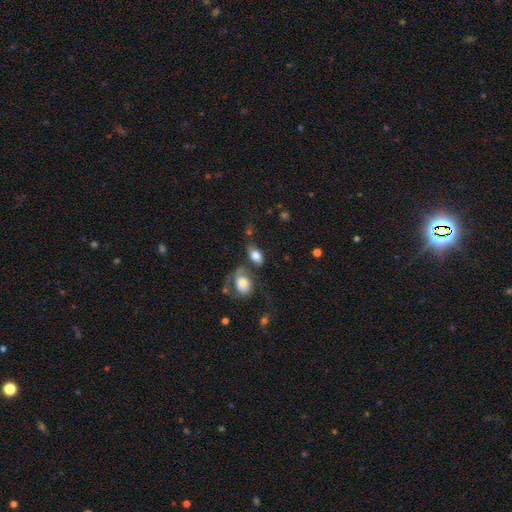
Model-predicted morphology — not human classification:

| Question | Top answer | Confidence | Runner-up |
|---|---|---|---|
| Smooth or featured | smooth | 76% | featured or disk (16%) |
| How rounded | in between | 87% | round (10%) |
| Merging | none | 44% | merger (28%) |